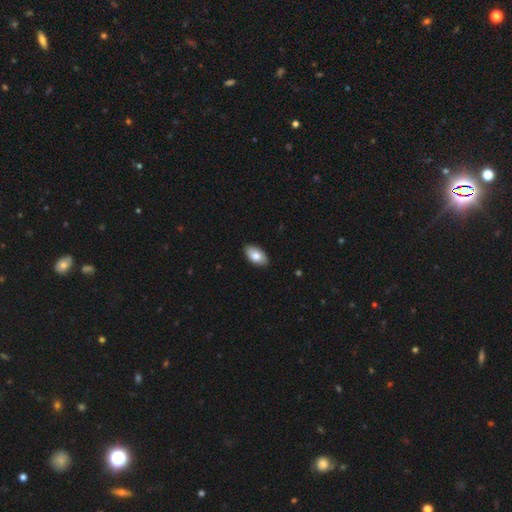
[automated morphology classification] smooth-or-featured: smooth: 81% | featured or disk: 13% | star or artifact: 6%
  how-rounded: in between: 95% | round: 3% | cigar-shaped: 2%
  merging: none: 89% | minor disturbance: 8% | major disturbance: 2% | merger: 1%